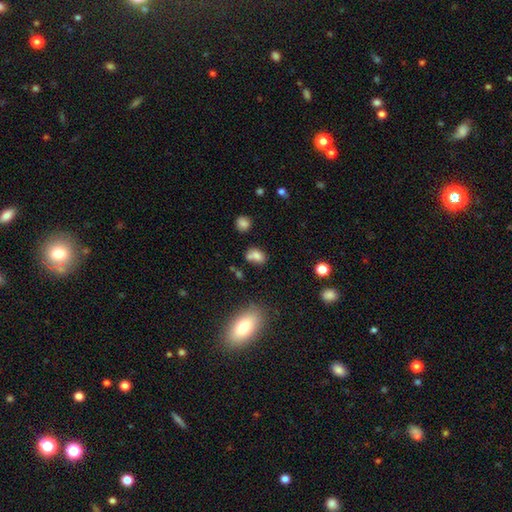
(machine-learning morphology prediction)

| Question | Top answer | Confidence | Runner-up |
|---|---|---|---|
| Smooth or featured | smooth | 77% | star or artifact (13%) |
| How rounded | in between | 75% | round (23%) |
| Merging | none | 44% | merger (31%) |